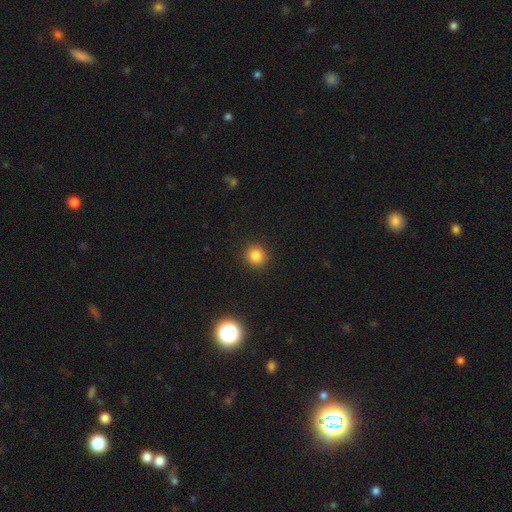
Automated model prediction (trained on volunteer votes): smooth 83%, star or artifact 13%, featured or disk 5%. Down the decision tree: how rounded — round (88%); merging — none (91%).